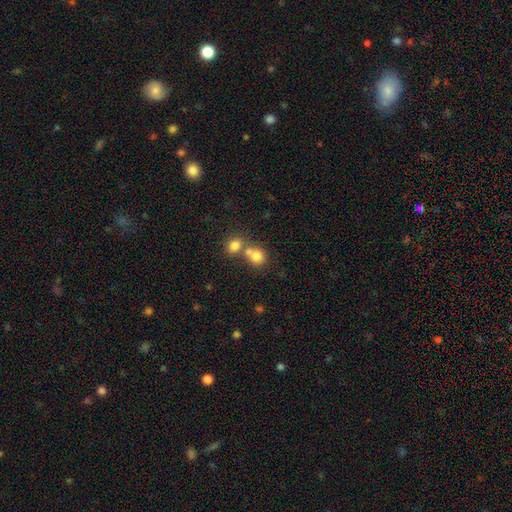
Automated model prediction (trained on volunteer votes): Overall: smooth (78%). How rounded: round (72%). Merging: merger (51%; none 38%).